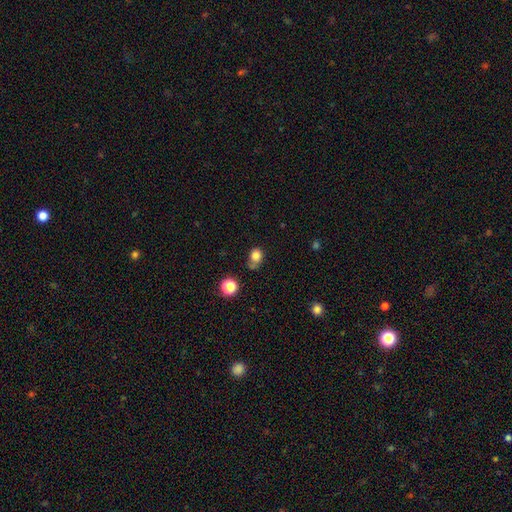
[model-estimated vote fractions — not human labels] Smooth or featured? Predicted: smooth (p=0.80). How rounded? Predicted: round (p=0.66). Merging? Predicted: none (p=0.53).